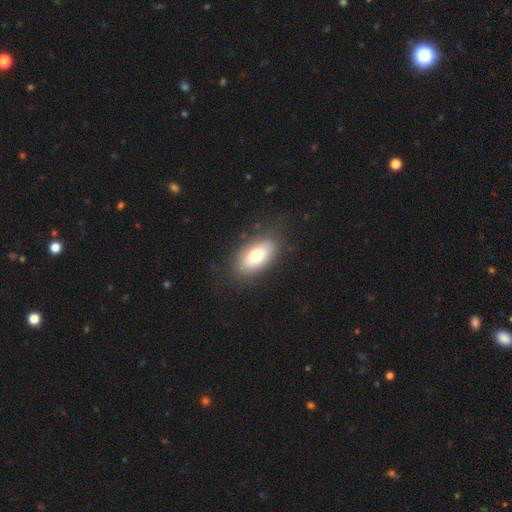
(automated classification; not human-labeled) Smooth or featured? smooth (76%)
How rounded? in between (91%)
Merging? none (82%)